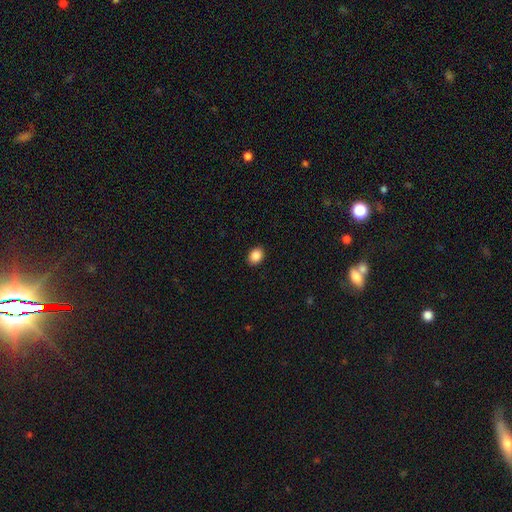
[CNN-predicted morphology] The model was most divided on "how rounded": in between: 59%, round: 40%, cigar-shaped: 1%. More confident: merging — none (91%); smooth or featured — smooth (88%).